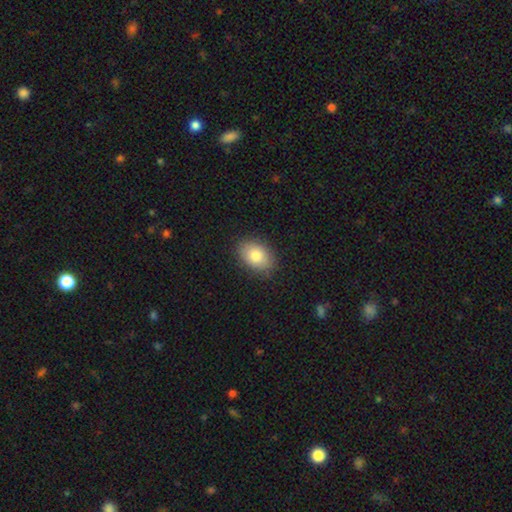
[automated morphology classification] Overall: smooth (81%). How rounded: in between (80%). Merging: none (86%).